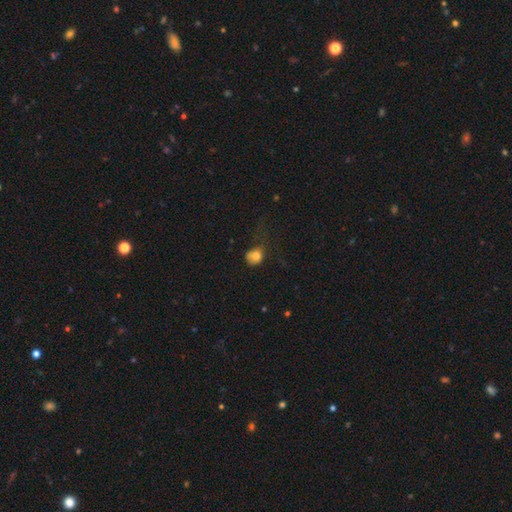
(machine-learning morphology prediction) Overall: smooth (77%). How rounded: round (64%; in between 35%). Merging: none (35%, tied with major disturbance).